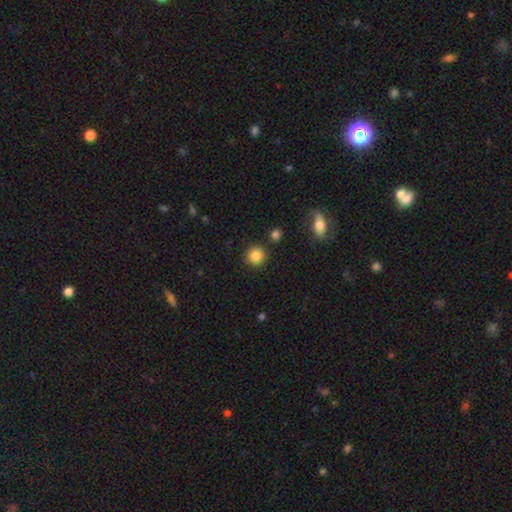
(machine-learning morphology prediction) Smooth or featured?
  - smooth: 86% *
  - star or artifact: 10%
  - featured or disk: 4%
How rounded?
  - round: 93% *
  - in between: 6%
  - cigar-shaped: 1%
Merging?
  - none: 89% *
  - minor disturbance: 6%
  - merger: 3%
  - major disturbance: 2%